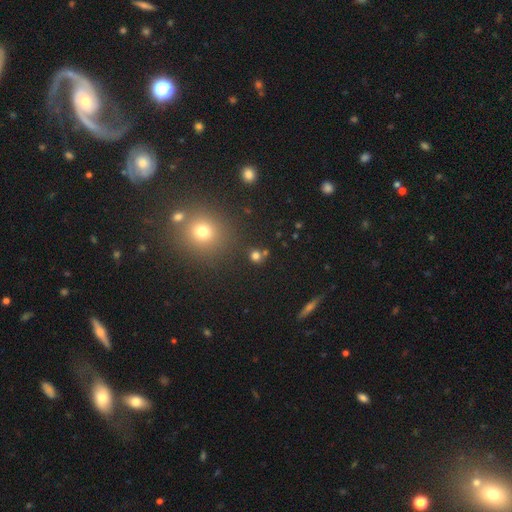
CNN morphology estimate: Smooth or featured? Predicted: smooth (p=0.72). How rounded? Predicted: round (p=0.86). Merging? Predicted: none (p=0.73).